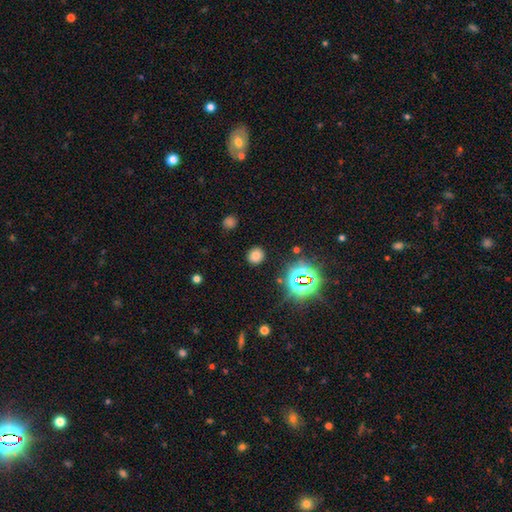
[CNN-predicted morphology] Smooth or featured? Predicted: smooth (p=0.70). How rounded? Predicted: round (p=0.85). Merging? Predicted: none (p=0.88).